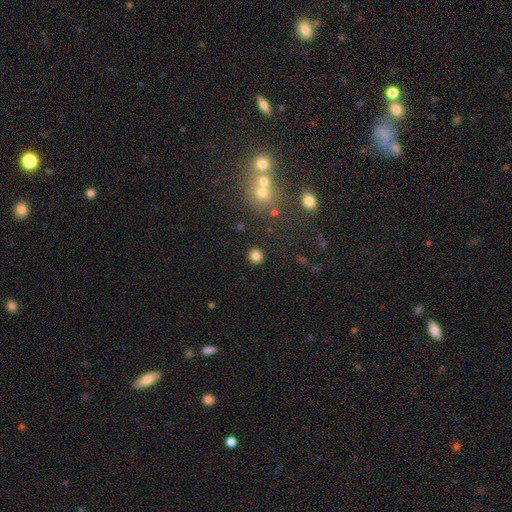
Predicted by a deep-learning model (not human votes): This appears to be a smooth galaxy with no disk features (83%) that is round (88%). Merging: none (89%).